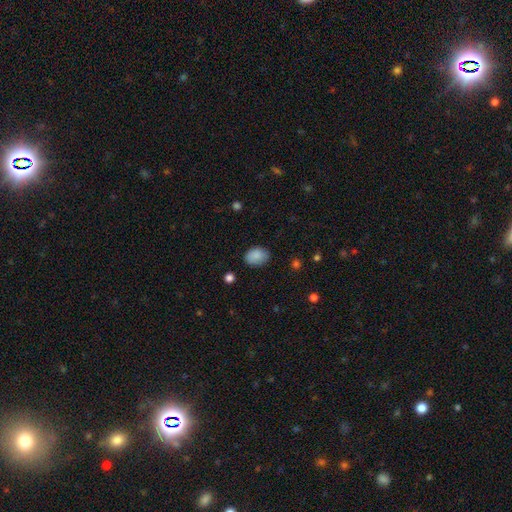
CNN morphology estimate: This appears to be a smooth galaxy with no disk features (88%) that is in between round and cigar-shaped (73%). Merging: none (80%).